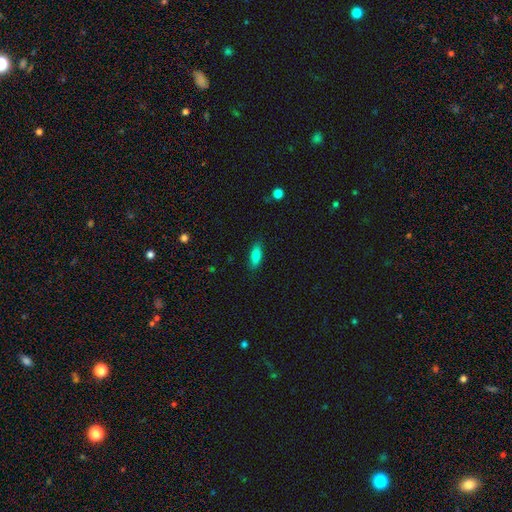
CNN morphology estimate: Overall: smooth (84%). How rounded: in between (68%; cigar-shaped 29%). Merging: none (86%).